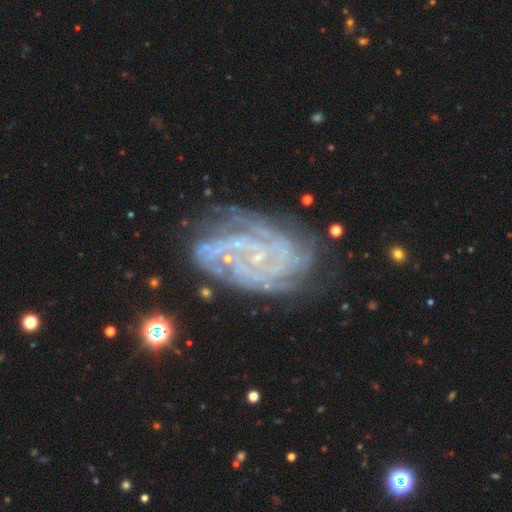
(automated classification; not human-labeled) smooth-or-featured: featured or disk: 87% | star or artifact: 8% | smooth: 5%
  disk-edge-on: no: 97% | yes: 3%
    bar: no: 66% | weak: 25% | strong: 9%
    has-spiral-arms: yes: 97% | no: 3%
      spiral-winding: tight: 68% | medium: 26% | loose: 6%
      spiral-arm-count: can't tell: 26% | 4: 20% | 3: 17% | 2: 15% | more than 4: 13% | 1: 9%
    bulge-size: small: 83% | none: 9% | moderate: 6% | large: 1% | dominant: 1%
  merging: none: 69% | minor disturbance: 19% | major disturbance: 9% | merger: 3%